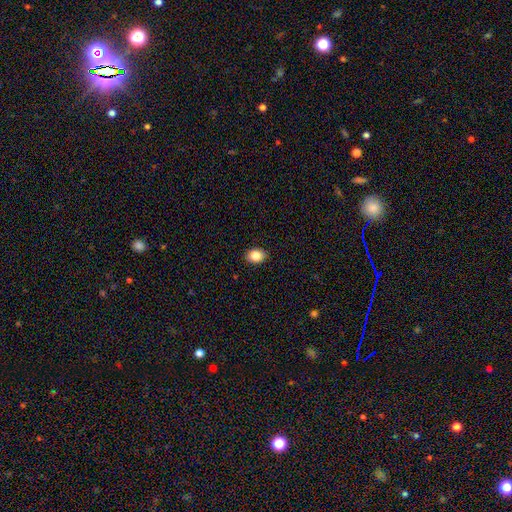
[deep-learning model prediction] Smooth or featured?
  - smooth: 85% *
  - star or artifact: 9%
  - featured or disk: 6%
How rounded?
  - in between: 63% *
  - round: 36%
  - cigar-shaped: 1%
Merging?
  - none: 90% *
  - minor disturbance: 8%
  - major disturbance: 2%
  - merger: 1%